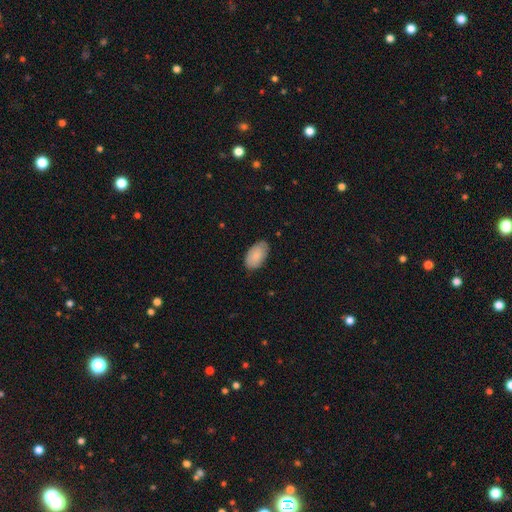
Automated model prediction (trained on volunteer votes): This appears to be a smooth galaxy with no disk features (81%) that is in between round and cigar-shaped (94%). Merging: none (78%).